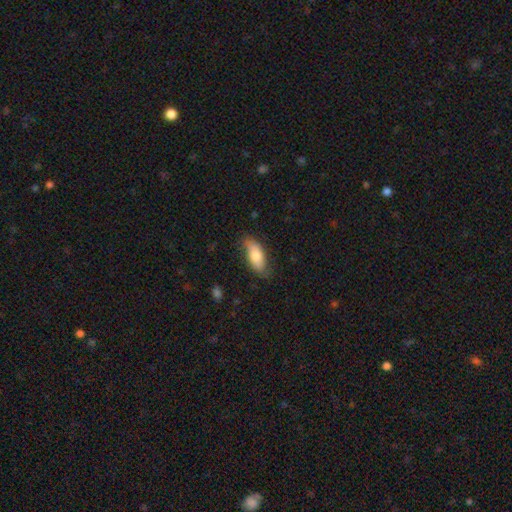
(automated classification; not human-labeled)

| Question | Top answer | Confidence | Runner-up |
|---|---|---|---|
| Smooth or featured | smooth | 72% | featured or disk (22%) |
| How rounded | in between | 80% | cigar-shaped (18%) |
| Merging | none | 73% | minor disturbance (21%) |